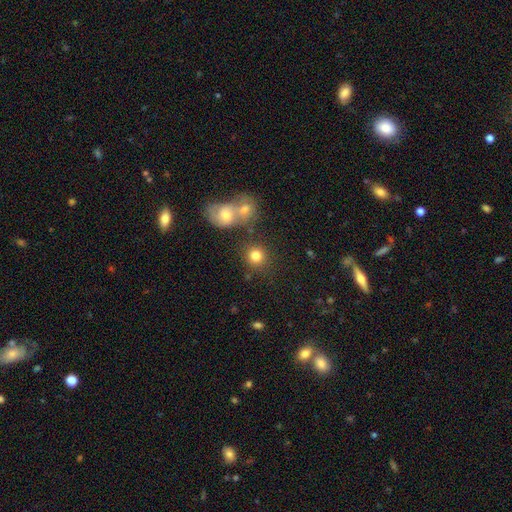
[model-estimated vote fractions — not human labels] Smooth or featured?
  - smooth: 81% *
  - star or artifact: 11%
  - featured or disk: 8%
How rounded?
  - round: 88% *
  - in between: 11%
  - cigar-shaped: 1%
Merging?
  - none: 74% *
  - merger: 13%
  - minor disturbance: 8%
  - major disturbance: 4%